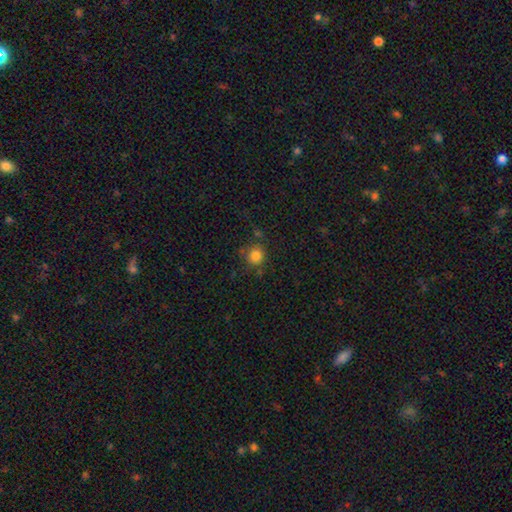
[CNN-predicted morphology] Smooth or featured: smooth — 83% (star or artifact — 12%)
How rounded: round — 90% (in between — 9%)
Merging: none — 77% (minor disturbance — 12%)